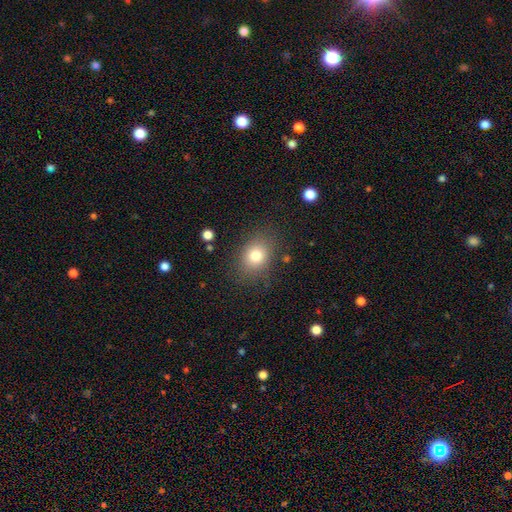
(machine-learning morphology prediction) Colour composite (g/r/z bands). It shows a smooth galaxy with no disk features (79%) that is in between round and cigar-shaped (55%). Merging: none (81%).